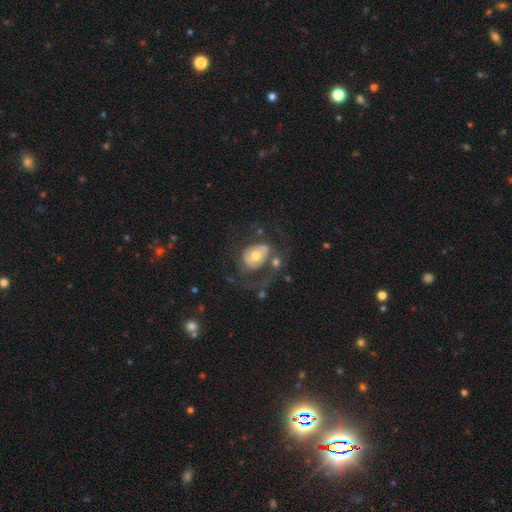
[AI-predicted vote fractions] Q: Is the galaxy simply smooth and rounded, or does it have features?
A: featured or disk — 56%.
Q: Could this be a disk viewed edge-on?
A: no — 96%.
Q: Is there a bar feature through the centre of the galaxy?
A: no — 76%.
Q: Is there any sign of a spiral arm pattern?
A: no — 55%.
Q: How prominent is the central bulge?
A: moderate — 70%.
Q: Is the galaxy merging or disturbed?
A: none — 41%.